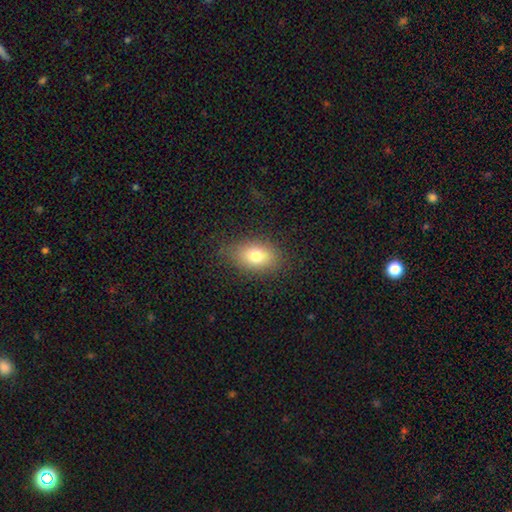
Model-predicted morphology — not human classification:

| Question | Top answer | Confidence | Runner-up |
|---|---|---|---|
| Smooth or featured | smooth | 77% | featured or disk (13%) |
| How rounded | in between | 80% | round (18%) |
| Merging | none | 79% | minor disturbance (15%) |